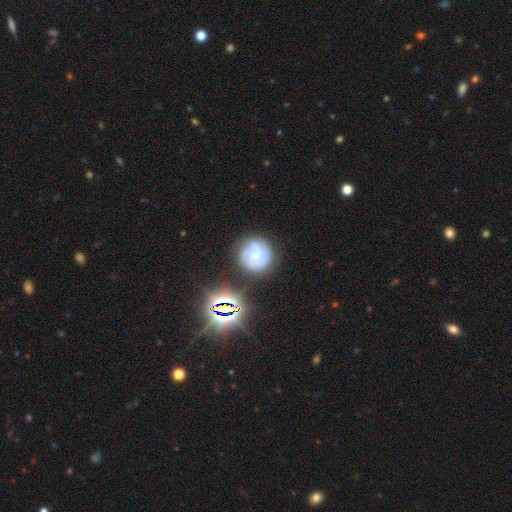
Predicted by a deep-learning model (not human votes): Smooth or featured? featured or disk (63%)
Edge-on disk? no (98%)
Bar? no (73%)
Spiral arms? yes (89%)
Spiral winding? tight (55%)
Spiral arm count? 3 (39%)
Bulge size? small (66%)
Merging? none (72%)